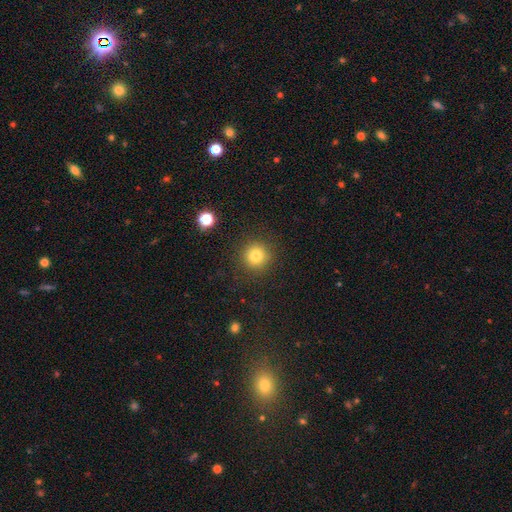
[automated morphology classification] type=smooth (80%); roundness=round (94%); merging=none (90%).